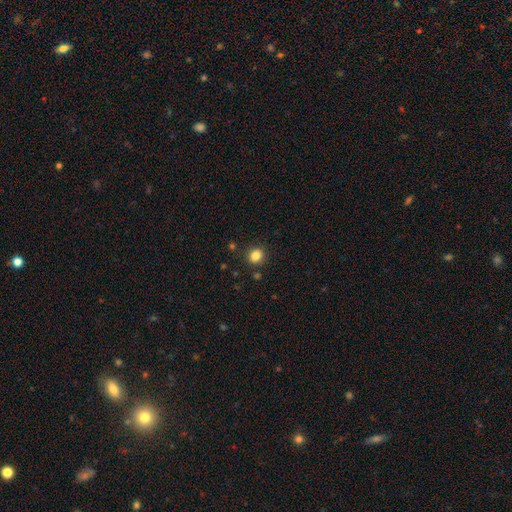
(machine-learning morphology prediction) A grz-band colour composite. It shows a smooth galaxy with no disk features (84%) that is round (79%). Merging: none (88%).